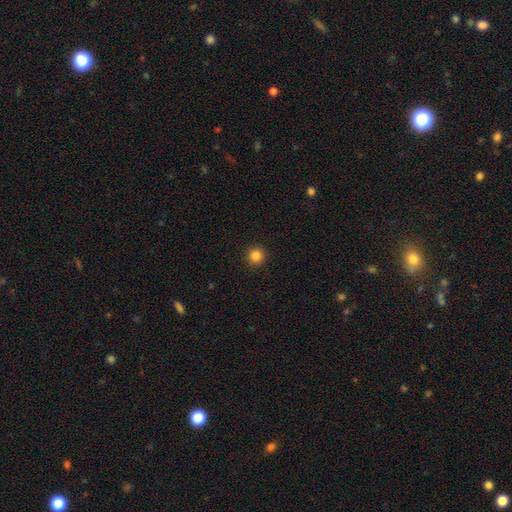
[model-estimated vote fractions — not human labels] This appears to be a smooth galaxy with no disk features (84%) that is round (95%). Merging: none (93%).